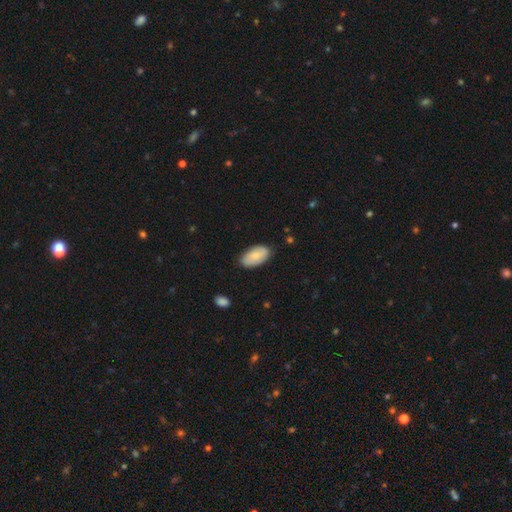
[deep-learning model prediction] smooth 77%, featured or disk 17%, star or artifact 6%. Down the decision tree: how rounded — in between (95%); merging — none (81%).